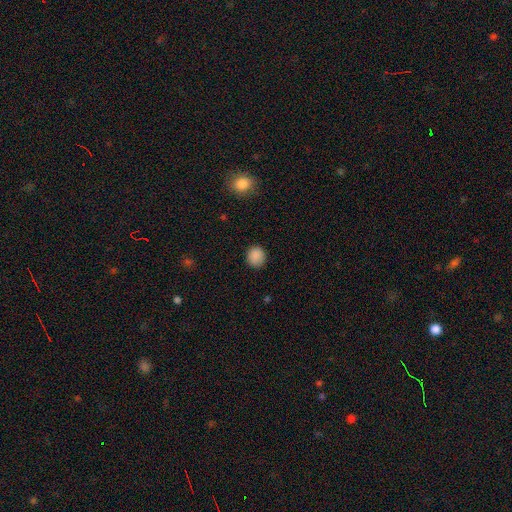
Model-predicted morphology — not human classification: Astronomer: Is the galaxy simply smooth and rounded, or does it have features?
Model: smooth — 88%.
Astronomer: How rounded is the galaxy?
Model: round — 86%.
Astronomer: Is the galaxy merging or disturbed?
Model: none — 88%.